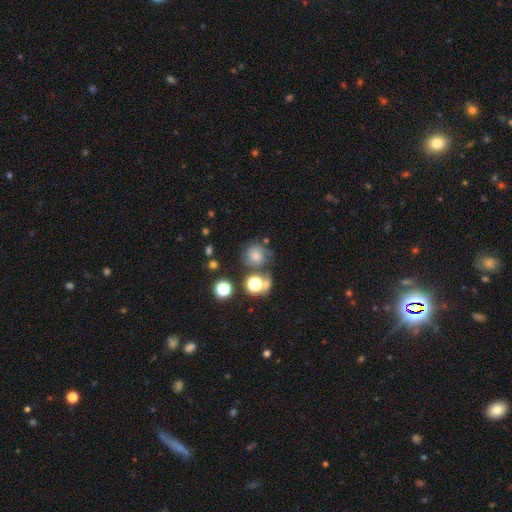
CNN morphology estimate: Smooth or featured? smooth (46%)
Merging? none (56%)